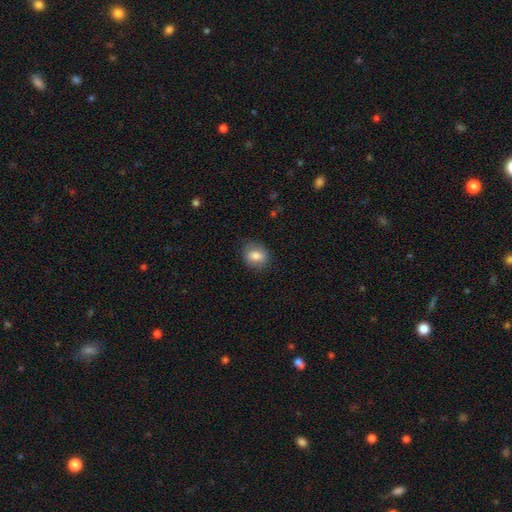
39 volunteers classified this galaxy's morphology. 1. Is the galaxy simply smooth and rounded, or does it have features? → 90% smooth, 5% featured or disk, 5% star or artifact.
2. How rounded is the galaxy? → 63% round, 37% in between, 0% cigar-shaped.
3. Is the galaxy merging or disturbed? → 86% none, 11% minor disturbance, 3% major disturbance, 0% merger.